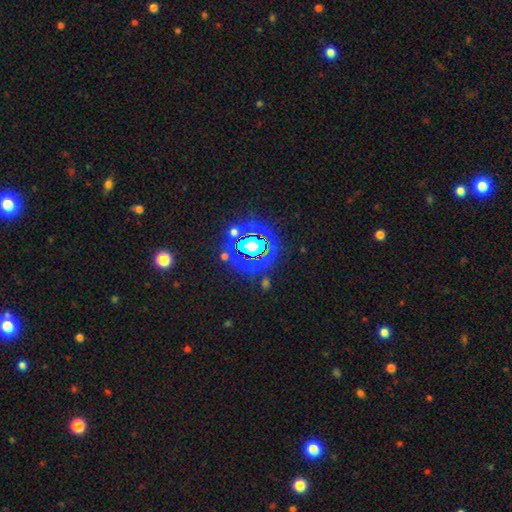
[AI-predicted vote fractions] Morphology: type=star or artifact (80%).